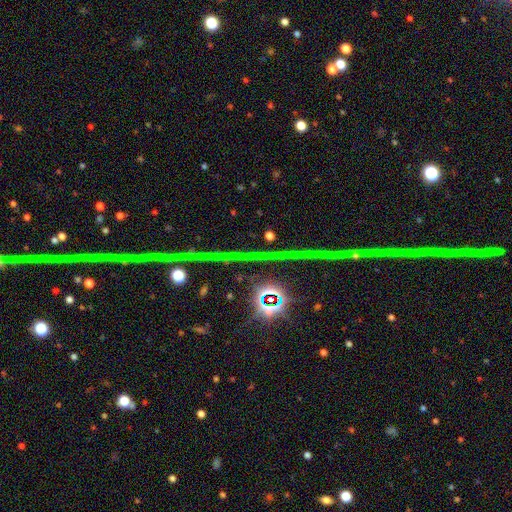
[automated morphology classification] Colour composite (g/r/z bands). It shows a star or artifact, not a galaxy (84%).